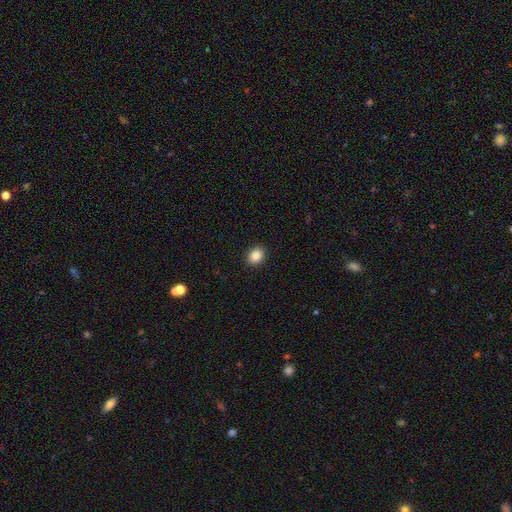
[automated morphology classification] Q: Smooth or featured?
A: smooth (87%); runner-up: star or artifact (9%)
Q: How rounded?
A: in between (53%); runner-up: round (46%)
Q: Merging?
A: none (91%); runner-up: minor disturbance (6%)